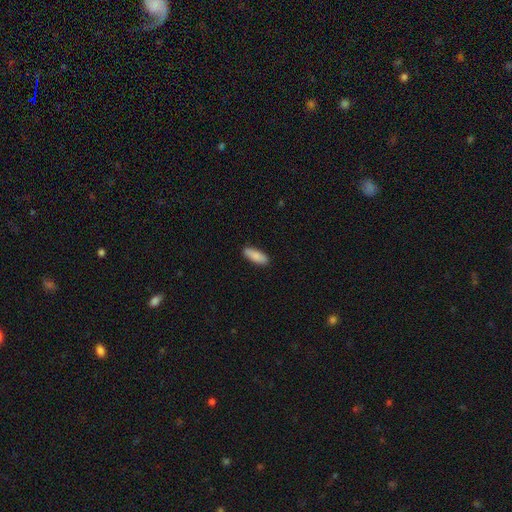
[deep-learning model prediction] smooth 87%, featured or disk 7%, star or artifact 6%. Down the decision tree: how rounded — in between (63%); merging — none (88%).